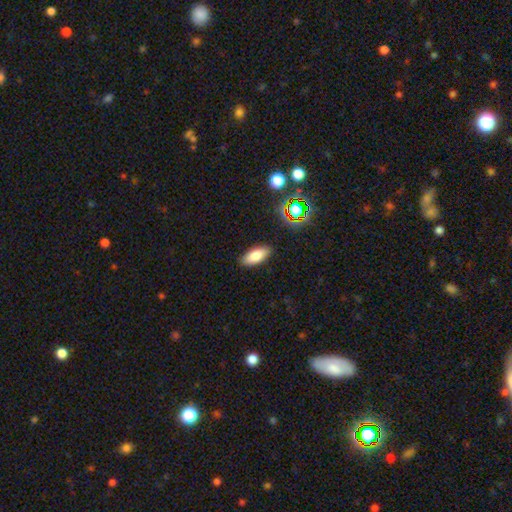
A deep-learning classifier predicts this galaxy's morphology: smooth 79%, featured or disk 11%, star or artifact 10%. Down the decision tree: how rounded — in between (84%); merging — none (88%).